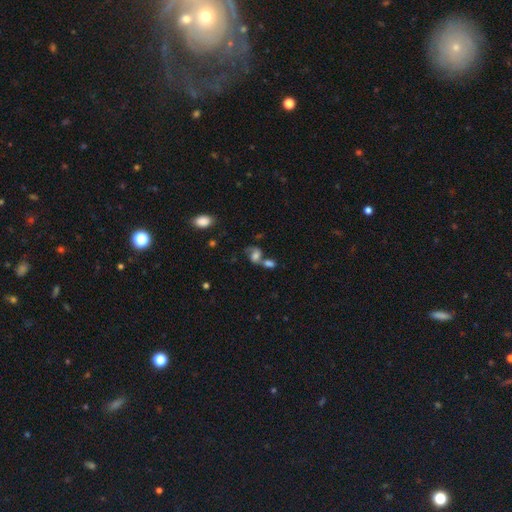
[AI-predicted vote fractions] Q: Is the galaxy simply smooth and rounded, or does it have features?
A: featured or disk — 45%.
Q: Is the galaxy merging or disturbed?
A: merger — 46%.